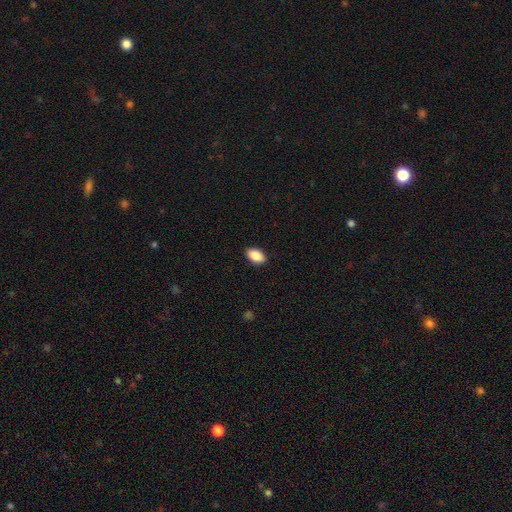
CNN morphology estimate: Smooth or featured? smooth (89%)
How rounded? in between (91%)
Merging? none (89%)